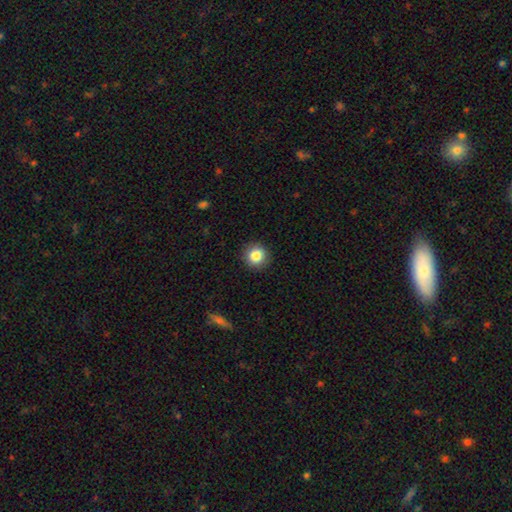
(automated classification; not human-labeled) A smooth galaxy with no disk features (85%) that is round (93%).

Vote fractions:
- Smooth or featured? smooth: 85% / star or artifact: 10% / featured or disk: 5%
- How rounded? round: 93% / in between: 6% / cigar-shaped: 1%
- Merging? none: 91% / minor disturbance: 6% / major disturbance: 2% / merger: 1%